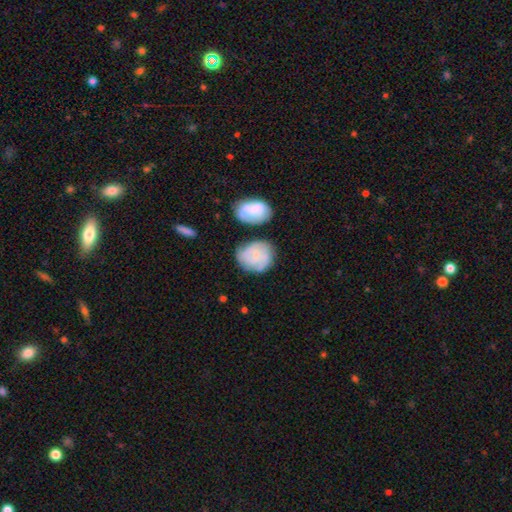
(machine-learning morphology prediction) Smooth or featured: smooth — 48% (featured or disk — 45%)
Merging: none — 57% (minor disturbance — 23%)